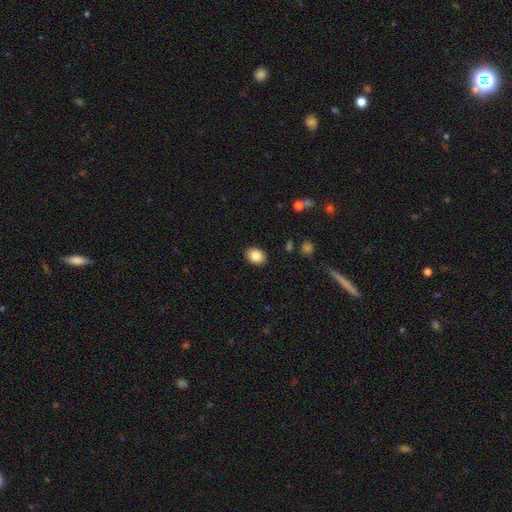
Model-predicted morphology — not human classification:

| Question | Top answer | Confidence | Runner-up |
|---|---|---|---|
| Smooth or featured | smooth | 86% | star or artifact (8%) |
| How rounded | in between | 70% | round (29%) |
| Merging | none | 89% | minor disturbance (8%) |